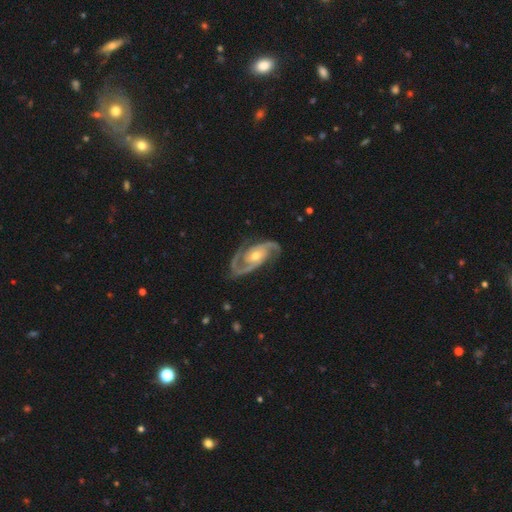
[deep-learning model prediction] Smooth or featured: featured or disk — 93% (star or artifact — 4%)
Edge-on disk: no — 97% (yes — 3%)
Bar: no — 59% (weak — 29%)
Spiral arms: yes — 98% (no — 2%)
Spiral winding: medium — 56% (tight — 31%)
Spiral arm count: 2 — 92% (3 — 3%)
Bulge size: moderate — 64% (small — 30%)
Merging: none — 81% (minor disturbance — 13%)